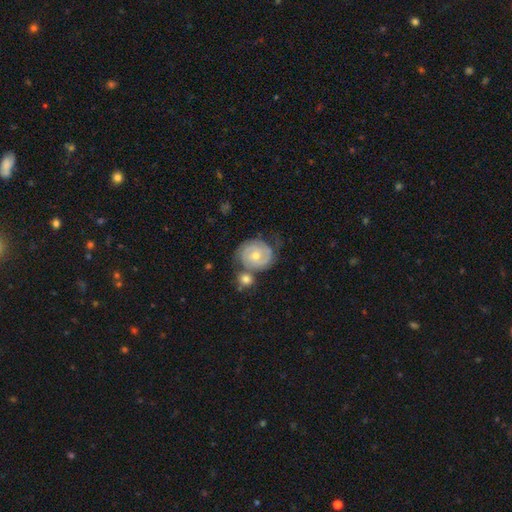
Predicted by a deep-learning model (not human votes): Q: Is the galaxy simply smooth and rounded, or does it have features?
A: featured or disk — 78%.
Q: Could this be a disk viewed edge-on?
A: no — 98%.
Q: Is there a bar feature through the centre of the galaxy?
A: no — 72%.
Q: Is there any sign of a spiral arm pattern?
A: yes — 91%.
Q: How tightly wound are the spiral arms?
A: tight — 72%.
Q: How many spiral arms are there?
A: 2 — 60%.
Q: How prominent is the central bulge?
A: moderate — 58%.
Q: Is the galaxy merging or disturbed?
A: none — 57%.